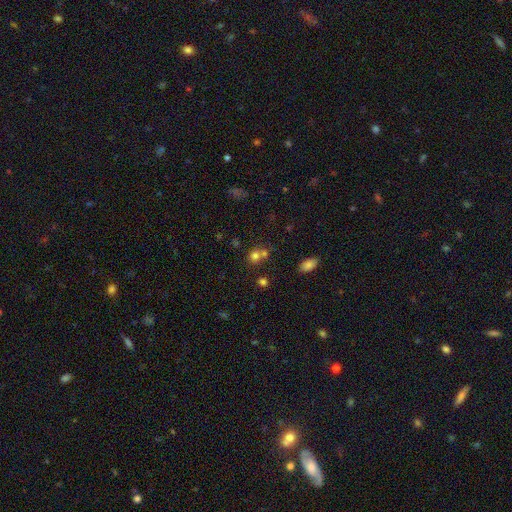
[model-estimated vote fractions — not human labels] Smooth or featured? Predicted: smooth (p=0.72). How rounded? Predicted: round (p=0.78). Merging? Predicted: none (p=0.47).